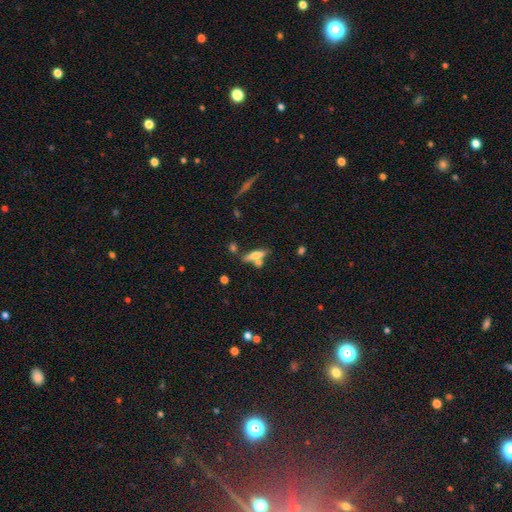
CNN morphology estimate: Smooth or featured?
  - smooth: 52% *
  - featured or disk: 38%
  - star or artifact: 10%
How rounded?
  - cigar-shaped: 71% *
  - in between: 26%
  - round: 3%
Merging?
  - none: 57% *
  - merger: 26%
  - minor disturbance: 12%
  - major disturbance: 5%